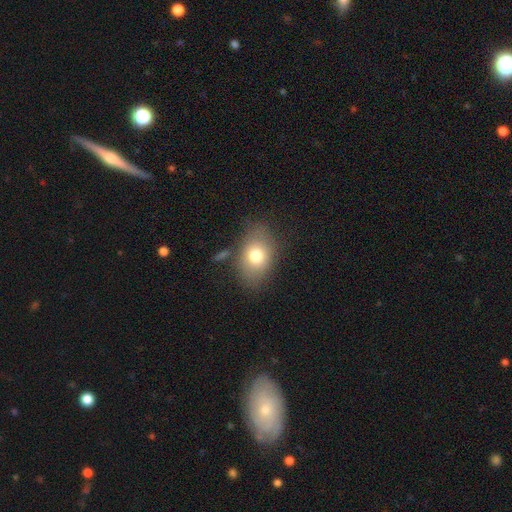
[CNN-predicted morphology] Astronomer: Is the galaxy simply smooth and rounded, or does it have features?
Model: smooth — 76%.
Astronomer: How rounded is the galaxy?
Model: in between — 79%.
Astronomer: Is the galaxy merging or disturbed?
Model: none — 73%.